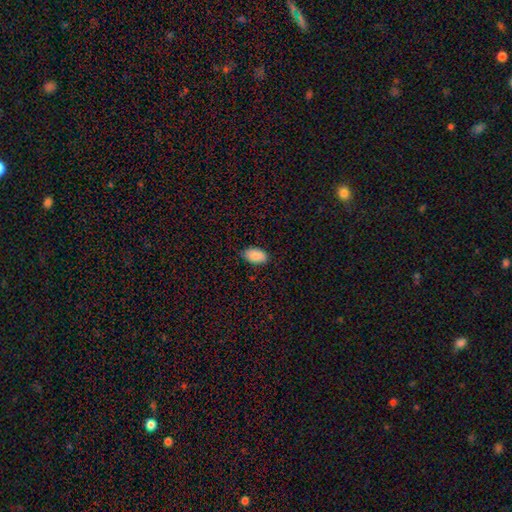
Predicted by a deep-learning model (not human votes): Morphology: type=smooth (88%); roundness=in between (94%); merging=none (83%).